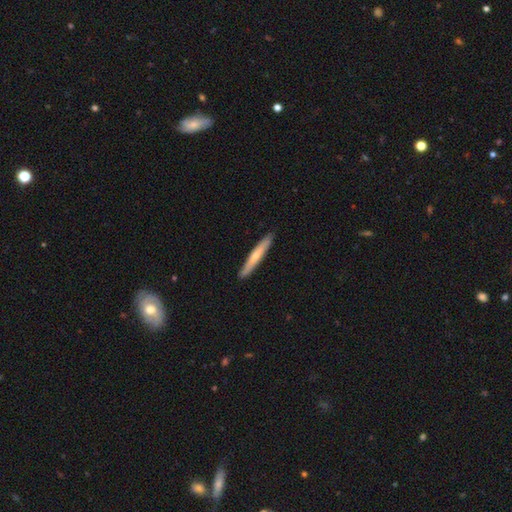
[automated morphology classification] Smooth or featured: smooth — 56% (featured or disk — 39%)
How rounded: cigar-shaped — 95% (in between — 4%)
Merging: none — 90% (minor disturbance — 7%)